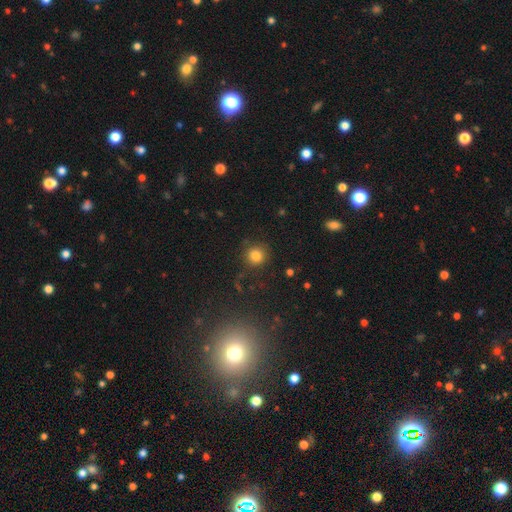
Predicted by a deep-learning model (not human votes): A smooth galaxy with no disk features (81%) that is round (92%).

Vote fractions:
- Smooth or featured? smooth: 81% / star or artifact: 13% / featured or disk: 6%
- How rounded? round: 92% / in between: 7% / cigar-shaped: 1%
- Merging? none: 85% / minor disturbance: 9% / major disturbance: 3% / merger: 2%